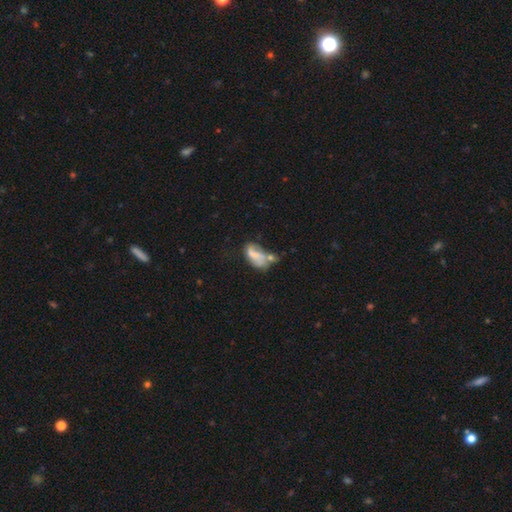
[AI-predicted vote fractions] A smooth galaxy with no disk features (53%) that is in between round and cigar-shaped (89%).

Vote fractions:
- Smooth or featured? smooth: 53% / featured or disk: 37% / star or artifact: 10%
- How rounded? in between: 89% / round: 6% / cigar-shaped: 5%
- Merging? merger: 37% / major disturbance: 22% / none: 21% / minor disturbance: 20%